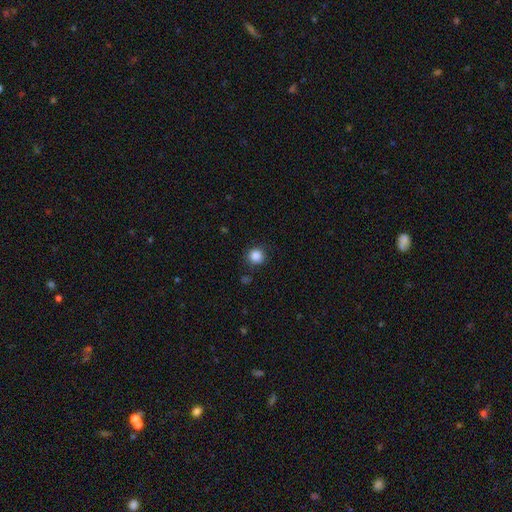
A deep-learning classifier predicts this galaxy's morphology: The model was most divided on "smooth or featured": smooth: 86%, star or artifact: 10%, featured or disk: 4%. More confident: how rounded — round (93%); merging — none (86%).